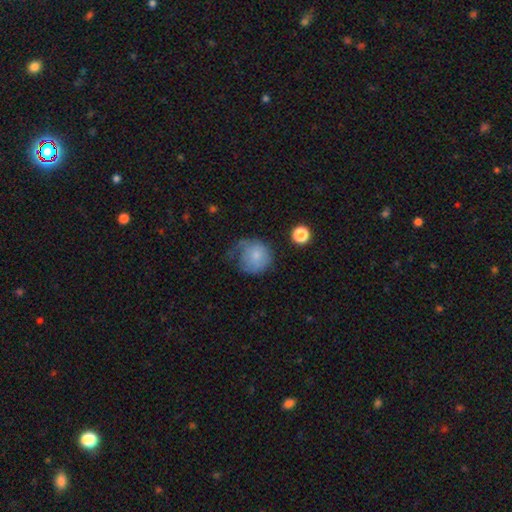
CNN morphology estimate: The model was most divided on "merging" (2-way tie): major disturbance: 33%, none: 33%, minor disturbance: 31%, merger: 3%. More confident: how rounded — round (82%); smooth or featured — smooth (70%).